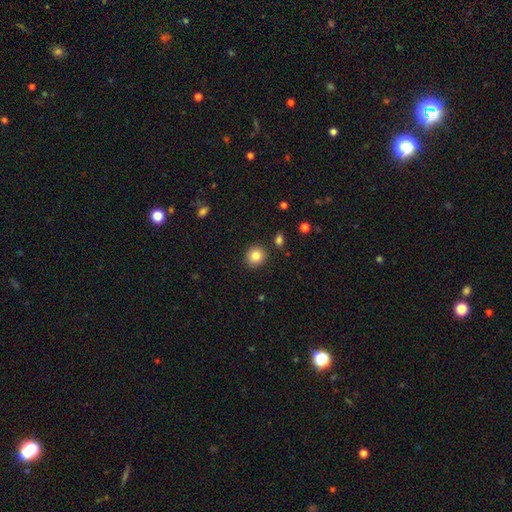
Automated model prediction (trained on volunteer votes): Smooth or featured? smooth (83%)
How rounded? round (84%)
Merging? none (88%)